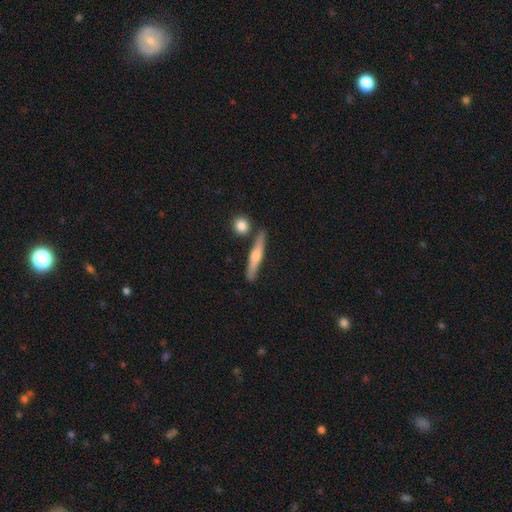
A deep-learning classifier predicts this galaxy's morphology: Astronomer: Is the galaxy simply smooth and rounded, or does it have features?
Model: featured or disk — 54% (runner-up: smooth, 40%).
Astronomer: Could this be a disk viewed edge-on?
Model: yes — 95%.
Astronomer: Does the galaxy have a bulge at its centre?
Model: rounded — 79%.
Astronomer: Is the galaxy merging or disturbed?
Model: none — 81%.